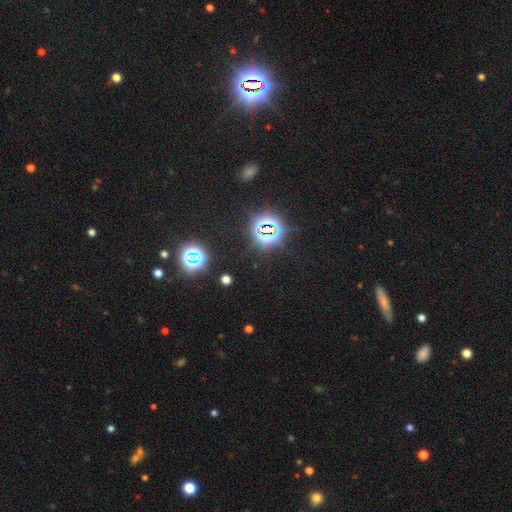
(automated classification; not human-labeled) This is likely a star or artifact rather than a galaxy (80%).